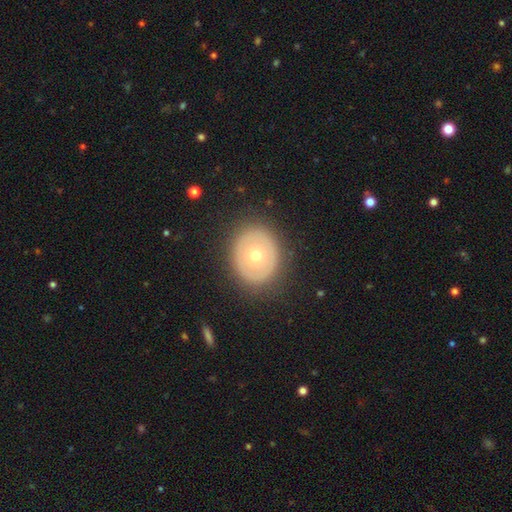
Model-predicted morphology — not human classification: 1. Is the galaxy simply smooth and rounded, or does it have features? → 47% smooth, 45% featured or disk, 7% star or artifact.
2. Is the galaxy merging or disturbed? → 86% none, 9% minor disturbance, 4% major disturbance, 1% merger.